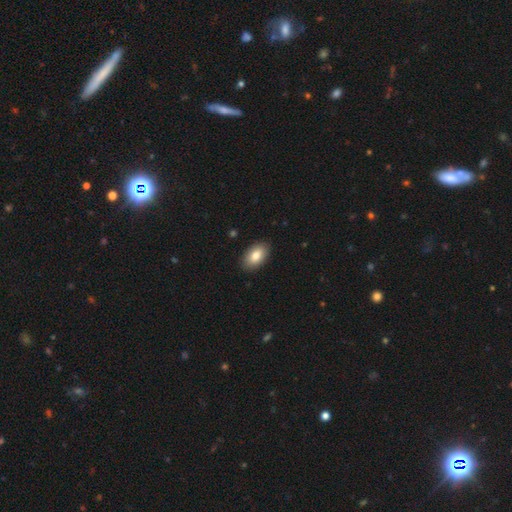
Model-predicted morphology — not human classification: A smooth galaxy with no disk features (82%) that is in between round and cigar-shaped (92%). Merging: none (89%).